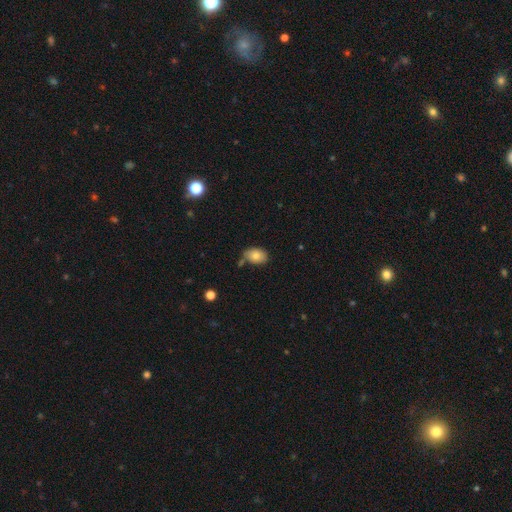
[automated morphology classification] Smooth or featured: smooth — 80% (featured or disk — 11%)
How rounded: in between — 83% (round — 15%)
Merging: none — 67% (minor disturbance — 20%)